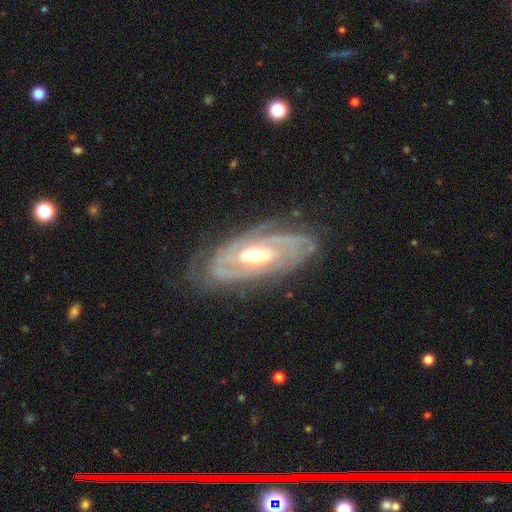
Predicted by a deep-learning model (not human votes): Smooth or featured? Predicted: featured or disk (p=0.89). Edge-on disk? Predicted: no (p=0.92). Bar? Predicted: no (p=0.50). Spiral arms? Predicted: yes (p=0.95). Spiral winding? Predicted: tight (p=0.72). Spiral arm count? Predicted: 2 (p=0.38). Bulge size? Predicted: moderate (p=0.71). Merging? Predicted: none (p=0.76).